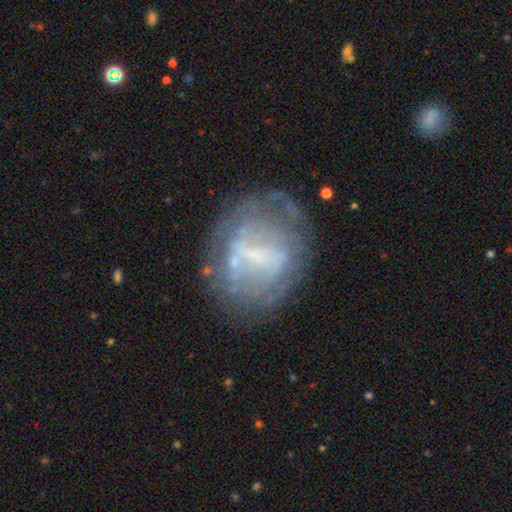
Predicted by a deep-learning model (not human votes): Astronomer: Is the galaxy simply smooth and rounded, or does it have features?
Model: featured or disk — 65%.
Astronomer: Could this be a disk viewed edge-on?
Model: no — 96%.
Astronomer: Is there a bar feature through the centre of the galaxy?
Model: weak — 39% (runner-up: no, 31%).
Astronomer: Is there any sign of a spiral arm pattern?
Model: no — 62% (runner-up: yes, 38%).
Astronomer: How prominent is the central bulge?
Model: none — 39% (runner-up: small, 37%).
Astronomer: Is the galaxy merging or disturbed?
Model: none — 60%.